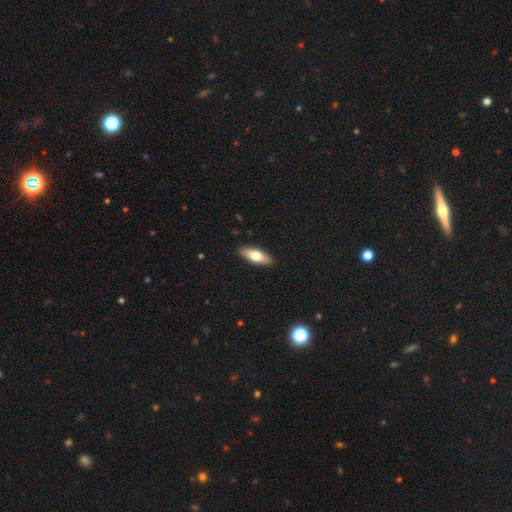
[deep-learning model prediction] A smooth galaxy with no disk features (69%) that is in between round and cigar-shaped (70%).

Vote fractions:
- Smooth or featured? smooth: 69% / featured or disk: 26% / star or artifact: 6%
- How rounded? in between: 70% / cigar-shaped: 28% / round: 2%
- Merging? none: 90% / minor disturbance: 7% / major disturbance: 2% / merger: 1%